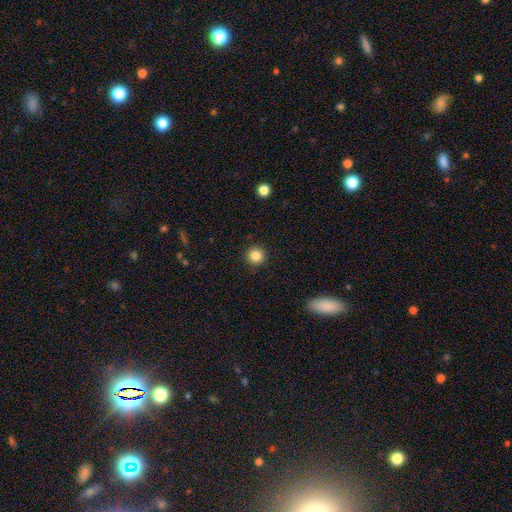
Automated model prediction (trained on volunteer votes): A smooth galaxy with no disk features (84%) that is round (95%). Merging: none (92%).